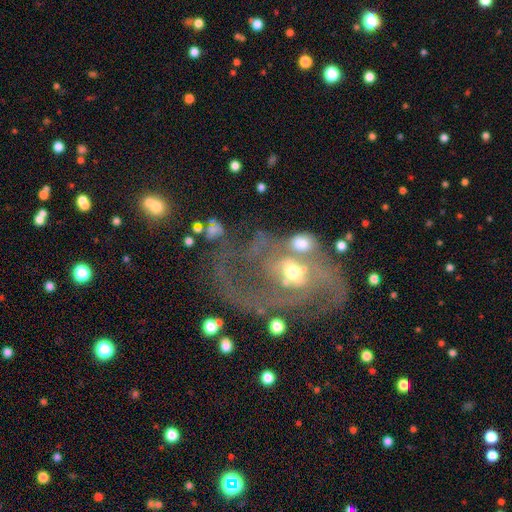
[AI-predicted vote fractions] Smooth or featured: featured or disk — 84% (star or artifact — 8%)
Edge-on disk: no — 97% (yes — 3%)
Bar: no — 53% (weak — 35%)
Spiral arms: yes — 89% (no — 11%)
Spiral winding: medium — 44% (tight — 34%)
Spiral arm count: 2 — 47% (can't tell — 21%)
Bulge size: moderate — 55% (small — 37%)
Merging: none — 44% (major disturbance — 25%)